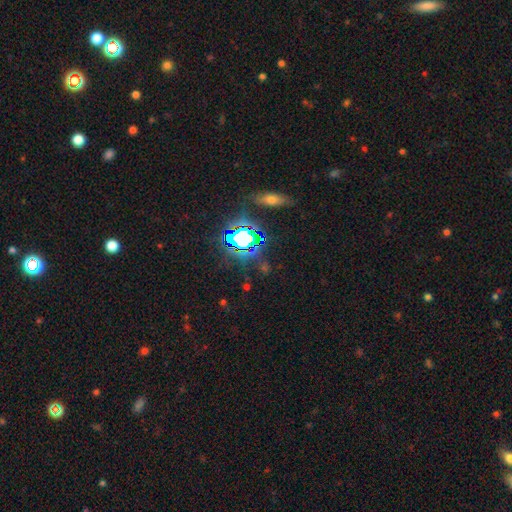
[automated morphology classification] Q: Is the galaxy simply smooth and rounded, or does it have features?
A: star or artifact — 76%.